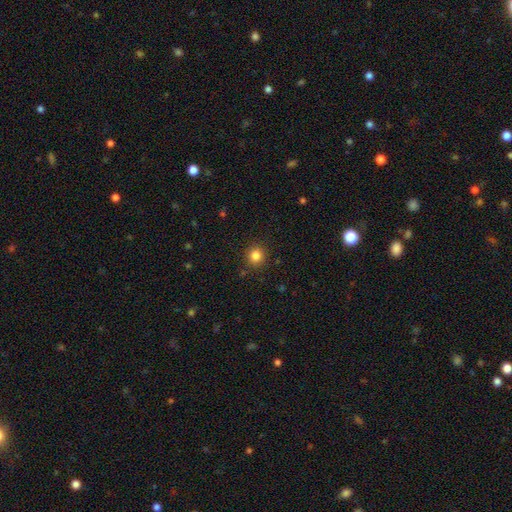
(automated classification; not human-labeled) A smooth galaxy with no disk features (83%) that is round (91%). Merging: none (90%).